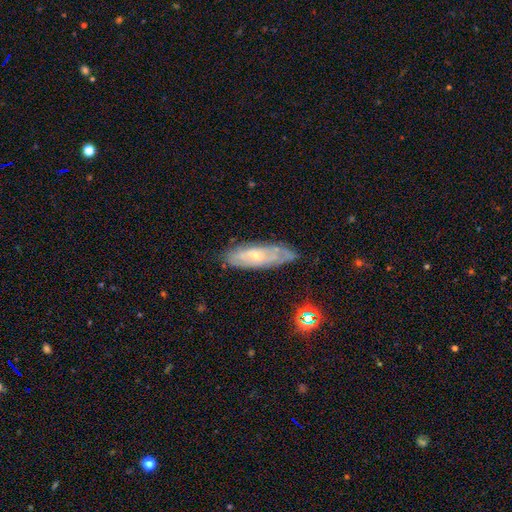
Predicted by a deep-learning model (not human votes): Smooth or featured: featured or disk — 62% (smooth — 30%)
Edge-on disk: no — 78% (yes — 22%)
Merging: none — 67% (minor disturbance — 24%)